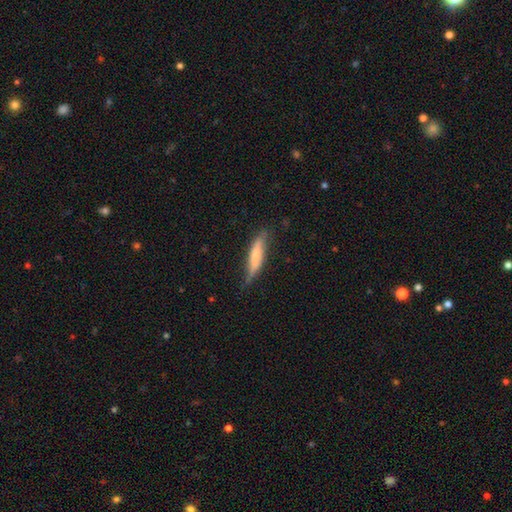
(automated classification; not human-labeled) smooth_or_featured: smooth (p=0.63) [alt: featured or disk p=0.32]
how_rounded: cigar-shaped (p=0.80) [alt: in between p=0.18]
merging: none (p=0.57) [alt: minor disturbance p=0.33]